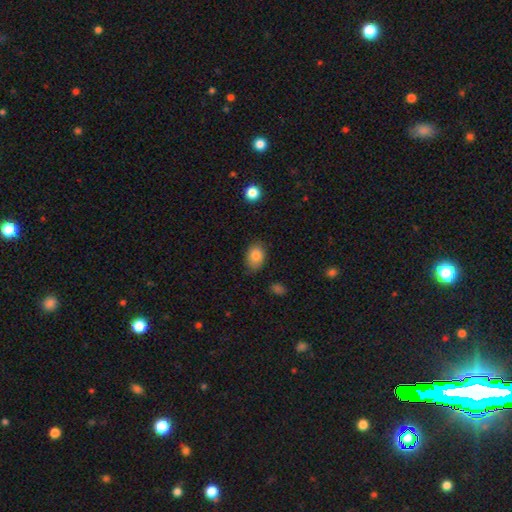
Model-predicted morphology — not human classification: type=smooth (84%); roundness=in between (75%); merging=none (77%).